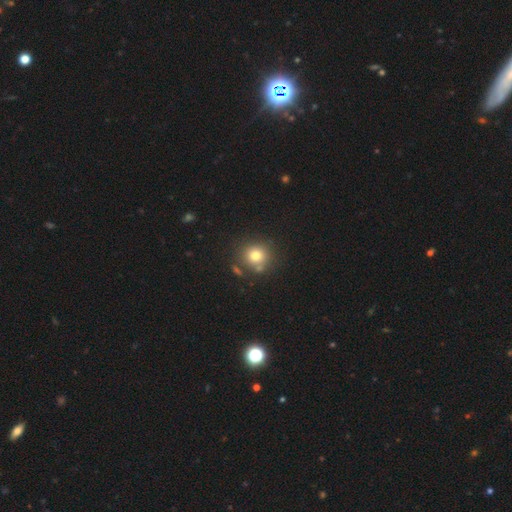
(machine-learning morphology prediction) smooth 77%, star or artifact 13%, featured or disk 10%. Down the decision tree: how rounded — round (89%); merging — none (74%).